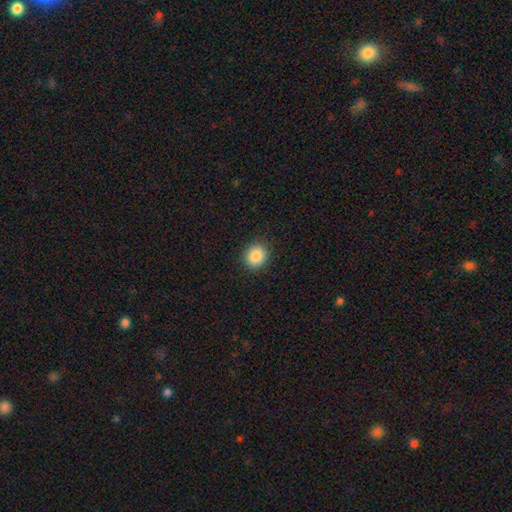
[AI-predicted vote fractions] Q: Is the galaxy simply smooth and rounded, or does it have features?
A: smooth — 87%.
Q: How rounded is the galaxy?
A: round — 74%.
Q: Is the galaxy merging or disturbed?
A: none — 90%.